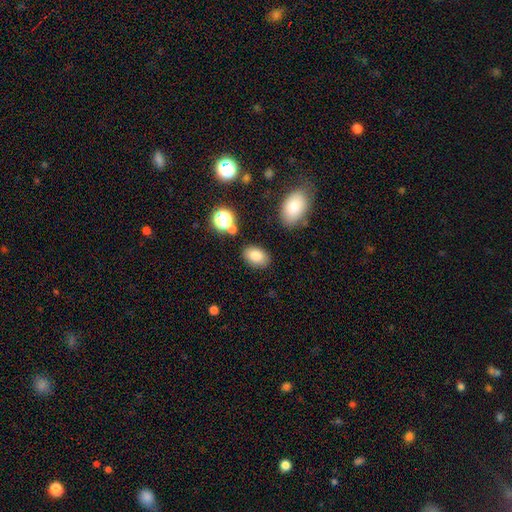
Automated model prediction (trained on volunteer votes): smooth 81%, star or artifact 10%, featured or disk 9%. Down the decision tree: how rounded — in between (85%); merging — none (82%).